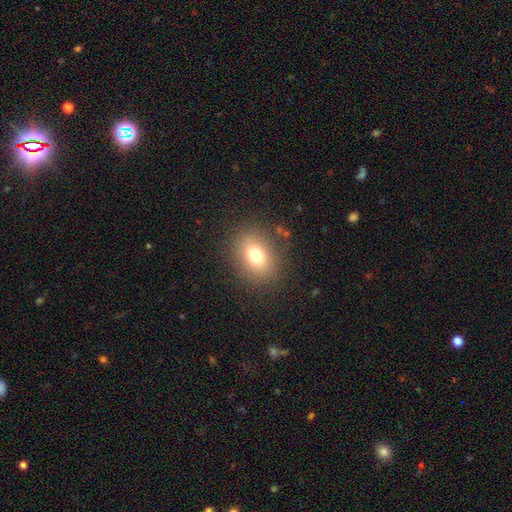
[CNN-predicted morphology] smooth-or-featured: smooth: 75% | star or artifact: 13% | featured or disk: 12%
  how-rounded: in between: 58% | round: 41% | cigar-shaped: 1%
  merging: none: 85% | minor disturbance: 9% | major disturbance: 4% | merger: 1%